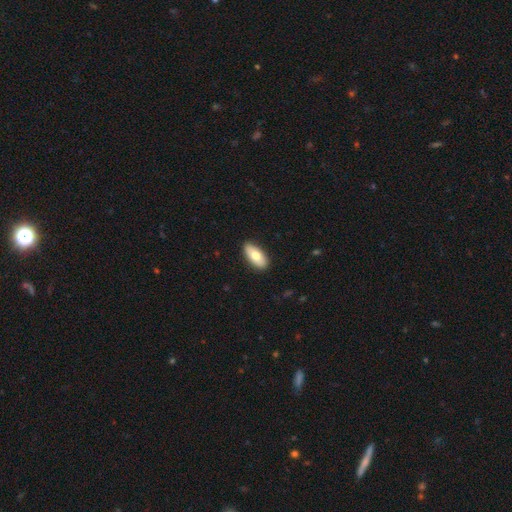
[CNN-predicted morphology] Q: Smooth or featured?
A: smooth (77%); runner-up: featured or disk (18%)
Q: How rounded?
A: in between (89%); runner-up: cigar-shaped (8%)
Q: Merging?
A: none (88%); runner-up: minor disturbance (9%)